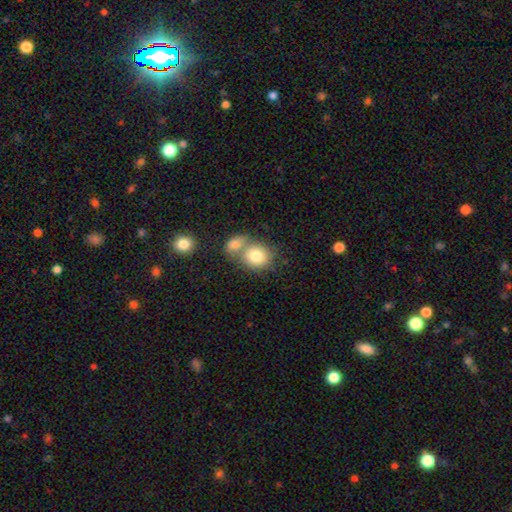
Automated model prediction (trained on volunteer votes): smooth 80%, featured or disk 12%, star or artifact 8%. Down the decision tree: how rounded — round (68%); merging — merger (50%).